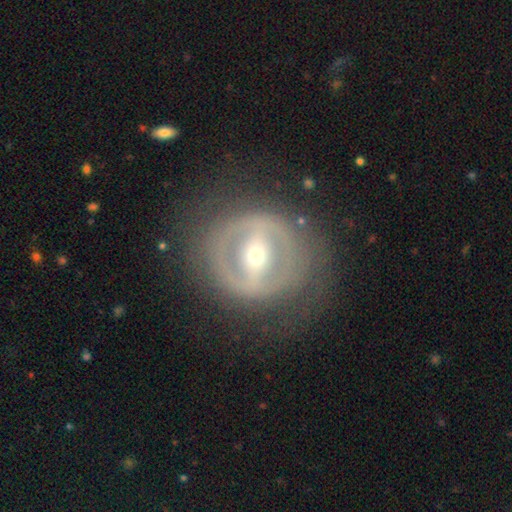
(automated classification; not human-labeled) smooth_or_featured: featured or disk (p=0.77) [alt: smooth p=0.16]
disk_edge_on: no (p=0.94) [alt: yes p=0.06]
bar: strong (p=0.56) [alt: weak p=0.28]
has_spiral_arms: no (p=0.66) [alt: yes p=0.34]
bulge_size: small (p=0.52) [alt: moderate p=0.44]
merging: none (p=0.74) [alt: minor disturbance p=0.14]